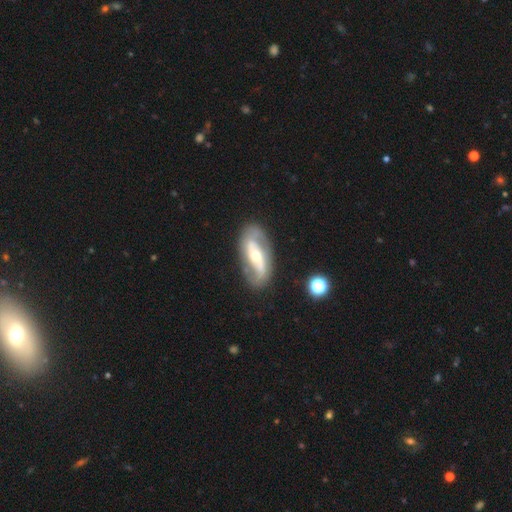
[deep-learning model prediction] Smooth or featured?
  - featured or disk: 79% *
  - smooth: 16%
  - star or artifact: 5%
Edge-on disk?
  - no: 91% *
  - yes: 9%
Bar?
  - strong: 42% *
  - no: 29%
  - weak: 29%
Spiral arms?
  - yes: 82% *
  - no: 18%
Spiral winding?
  - loose: 43% *
  - medium: 37%
  - tight: 21%
Spiral arm count?
  - 2: 86% *
  - can't tell: 8%
  - 1: 3%
  - 3: 1%
  - 4: 1%
  - more than 4: 1%
Bulge size?
  - moderate: 55% *
  - small: 38%
  - large: 5%
  - none: 1%
  - dominant: 1%
Merging?
  - none: 79% *
  - minor disturbance: 14%
  - major disturbance: 5%
  - merger: 2%